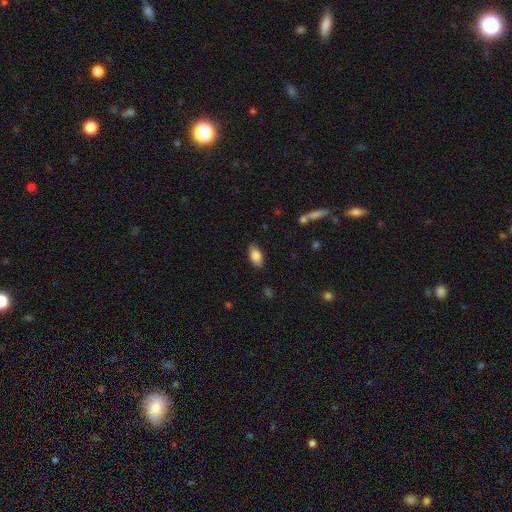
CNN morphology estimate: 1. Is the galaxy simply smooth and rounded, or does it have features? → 83% smooth, 10% featured or disk, 7% star or artifact.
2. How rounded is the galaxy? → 91% in between, 5% cigar-shaped, 4% round.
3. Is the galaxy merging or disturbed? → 85% none, 11% minor disturbance, 2% major disturbance, 1% merger.